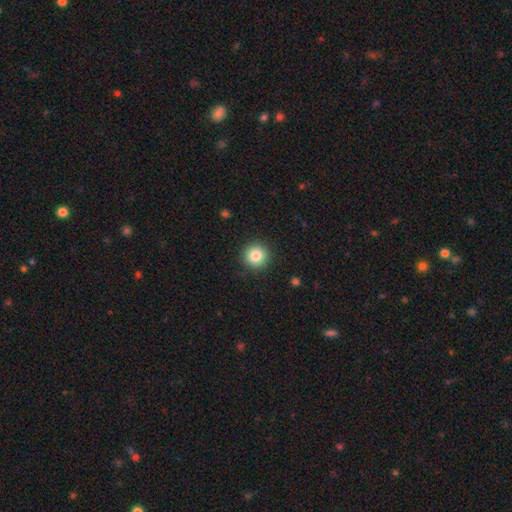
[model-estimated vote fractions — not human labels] This is clearly a smooth galaxy (84%). How rounded: clearly round (94%). Merging: clearly none (91%).